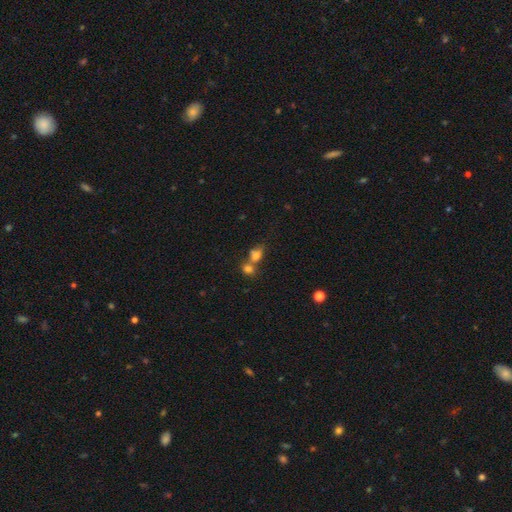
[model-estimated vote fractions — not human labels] Morphology: type=smooth (74%); roundness=in between (51%); merging=merger (57%).